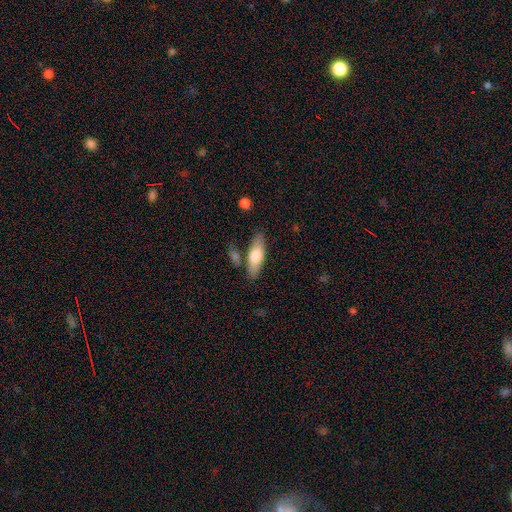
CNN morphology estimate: Smooth or featured? smooth (69%)
How rounded? in between (61%)
Merging? none (76%)